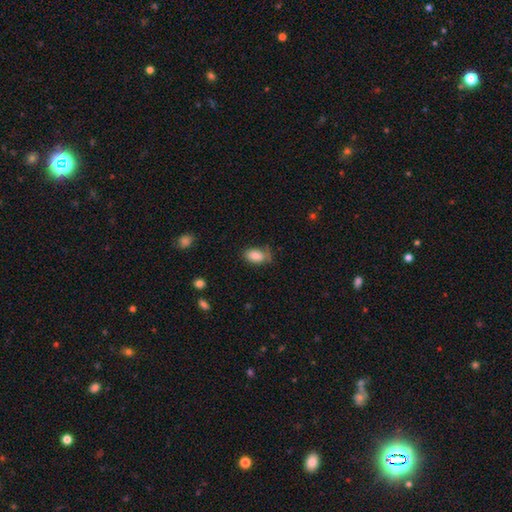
Smooth or featured? smooth (88%)
How rounded? in between (97%)
Merging? none (78%)